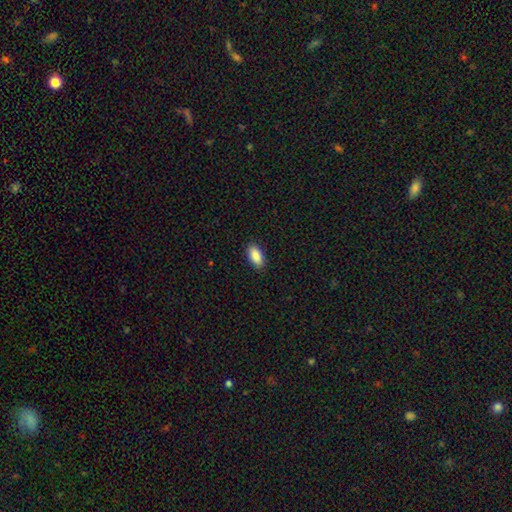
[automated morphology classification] smooth-or-featured: smooth: 89% | star or artifact: 7% | featured or disk: 4%
  how-rounded: in between: 93% | cigar-shaped: 5% | round: 3%
  merging: none: 89% | minor disturbance: 8% | major disturbance: 2% | merger: 1%